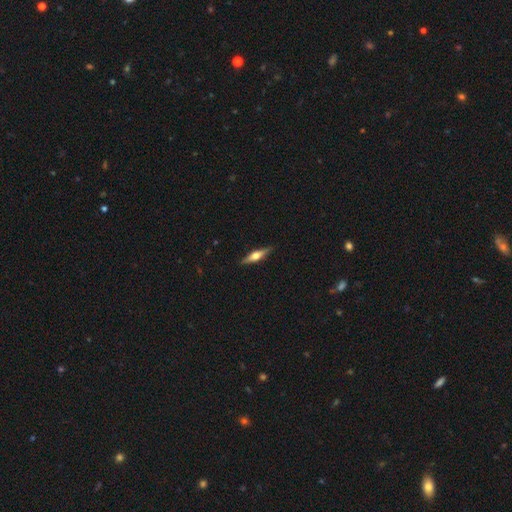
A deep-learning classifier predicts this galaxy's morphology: Smooth or featured?
  - featured or disk: 65% *
  - smooth: 29%
  - star or artifact: 6%
Edge-on disk?
  - yes: 97% *
  - no: 3%
Edge-on bulge?
  - rounded: 93% *
  - boxy: 5%
  - none: 2%
Merging?
  - none: 90% *
  - minor disturbance: 8%
  - major disturbance: 2%
  - merger: 1%